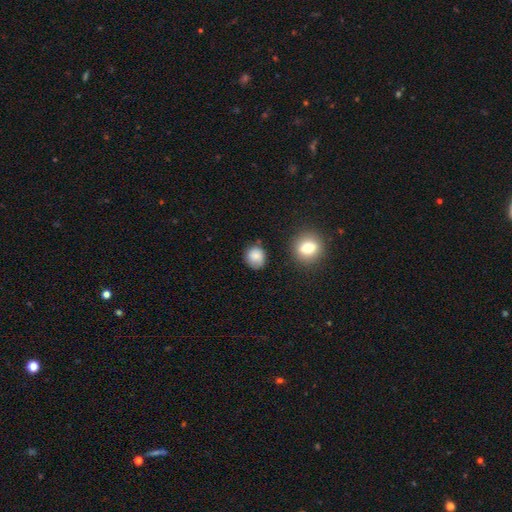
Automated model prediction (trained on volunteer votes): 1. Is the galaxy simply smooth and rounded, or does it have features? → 83% smooth, 9% star or artifact, 8% featured or disk.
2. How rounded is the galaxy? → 76% round, 22% in between, 1% cigar-shaped.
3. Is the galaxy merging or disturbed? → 72% none, 19% minor disturbance, 5% major disturbance, 3% merger.